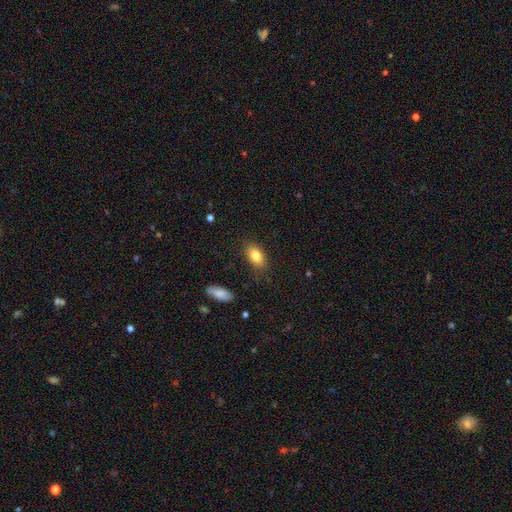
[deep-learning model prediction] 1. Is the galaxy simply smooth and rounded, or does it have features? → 82% smooth, 10% featured or disk, 8% star or artifact.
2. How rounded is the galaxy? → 89% in between, 7% round, 5% cigar-shaped.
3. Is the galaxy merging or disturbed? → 83% none, 12% minor disturbance, 3% major disturbance, 2% merger.